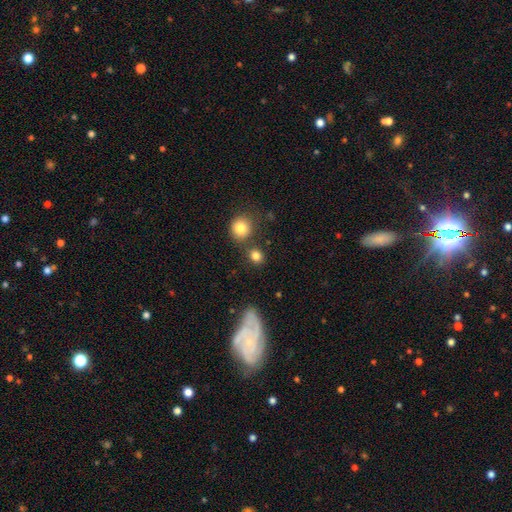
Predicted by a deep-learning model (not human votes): Smooth or featured?
  - smooth: 82% *
  - star or artifact: 12%
  - featured or disk: 6%
How rounded?
  - round: 76% *
  - in between: 23%
  - cigar-shaped: 1%
Merging?
  - none: 73% *
  - merger: 13%
  - minor disturbance: 10%
  - major disturbance: 4%